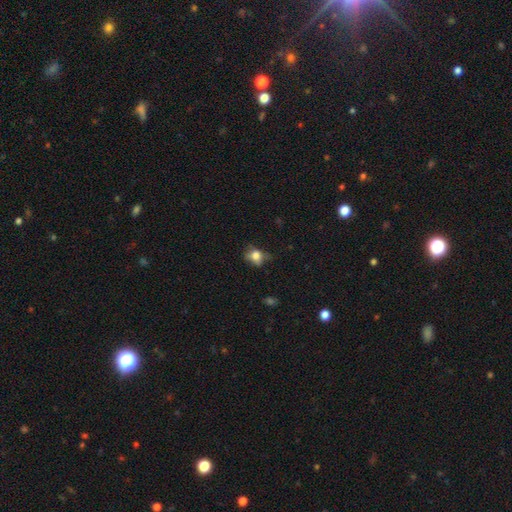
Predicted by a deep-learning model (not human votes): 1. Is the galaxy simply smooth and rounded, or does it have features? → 71% smooth, 17% featured or disk, 11% star or artifact.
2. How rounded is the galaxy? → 52% in between, 46% round, 2% cigar-shaped.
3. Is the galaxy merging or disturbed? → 48% none, 33% minor disturbance, 17% major disturbance, 2% merger.